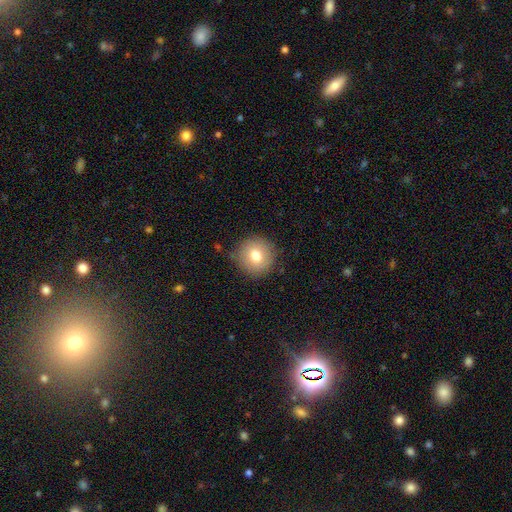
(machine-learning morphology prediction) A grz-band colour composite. It shows a smooth galaxy with no disk features (76%) that is round (94%). Merging: none (86%).